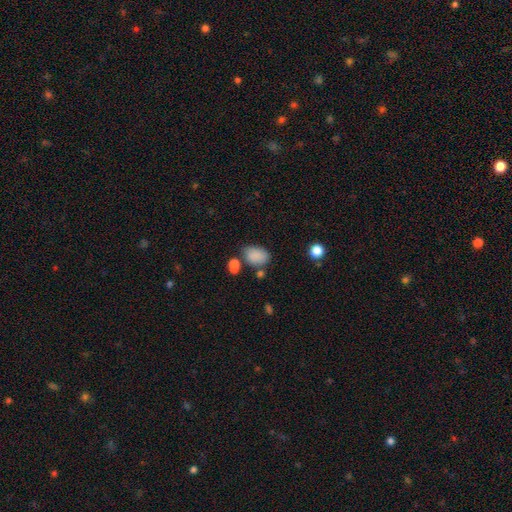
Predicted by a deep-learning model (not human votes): Smooth or featured?
  - smooth: 84% *
  - star or artifact: 9%
  - featured or disk: 6%
How rounded?
  - in between: 84% *
  - round: 15%
  - cigar-shaped: 1%
Merging?
  - none: 59% *
  - minor disturbance: 21%
  - merger: 13%
  - major disturbance: 7%